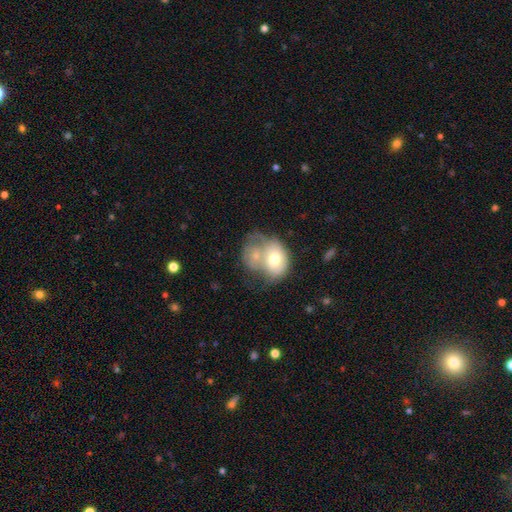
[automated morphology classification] smooth-or-featured: smooth: 60% | featured or disk: 33% | star or artifact: 7%
  how-rounded: in between: 55% | round: 44% | cigar-shaped: 1%
  merging: merger: 67% | major disturbance: 13% | none: 11% | minor disturbance: 9%